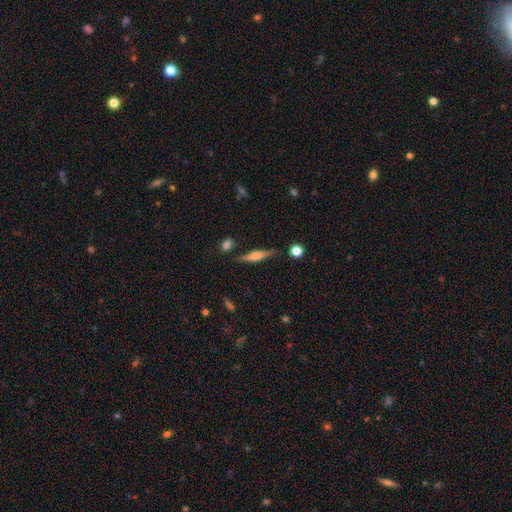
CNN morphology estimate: The model was most divided on "smooth or featured": featured or disk: 58%, smooth: 35%, star or artifact: 7%. More confident: edge-on disk — yes (96%); merging — none (84%); edge-on bulge — rounded (79%).